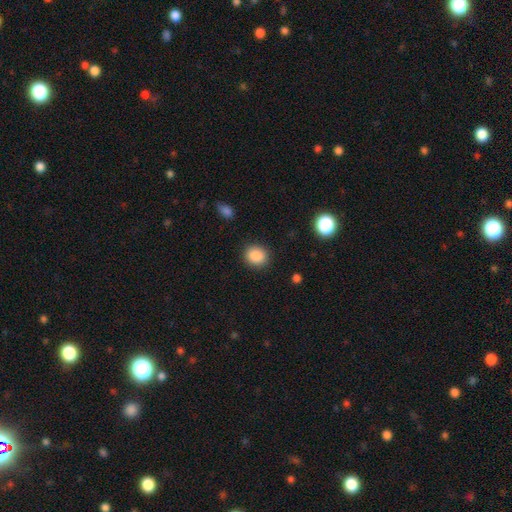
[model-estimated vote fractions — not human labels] Smooth or featured?
  - smooth: 88% *
  - star or artifact: 9%
  - featured or disk: 3%
How rounded?
  - round: 77% *
  - in between: 22%
  - cigar-shaped: 1%
Merging?
  - none: 89% *
  - minor disturbance: 7%
  - major disturbance: 3%
  - merger: 1%